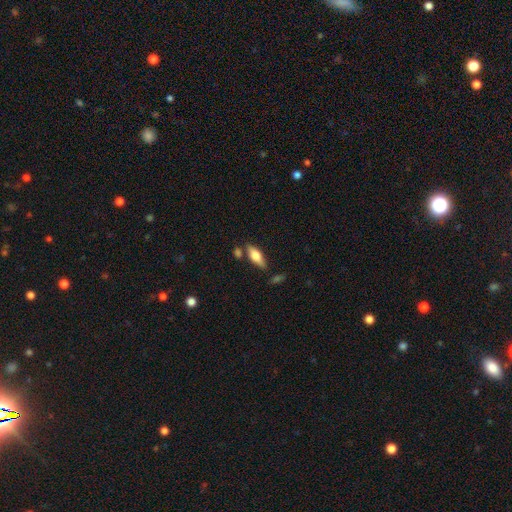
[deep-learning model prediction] Smooth or featured: smooth — 64% (featured or disk — 29%)
How rounded: in between — 71% (cigar-shaped — 27%)
Merging: none — 74% (minor disturbance — 14%)